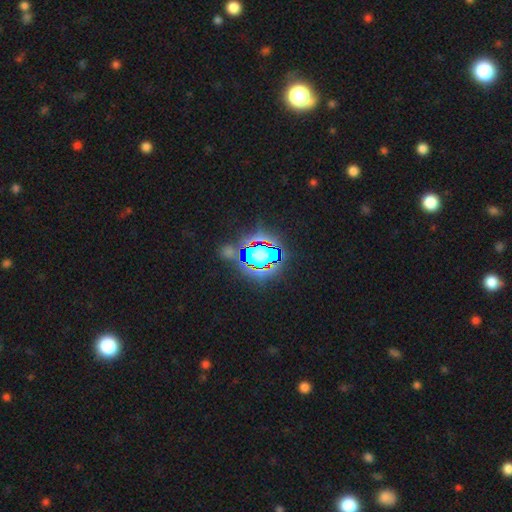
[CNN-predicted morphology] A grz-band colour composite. It shows a star or artifact, not a galaxy (82%).